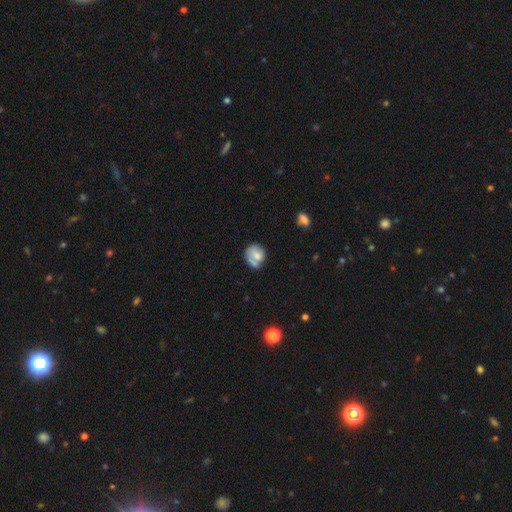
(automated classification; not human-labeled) The model was most divided on "merging": none: 49%, minor disturbance: 23%, merger: 17%, major disturbance: 11%. More confident: how rounded — round (71%); smooth or featured — smooth (62%).